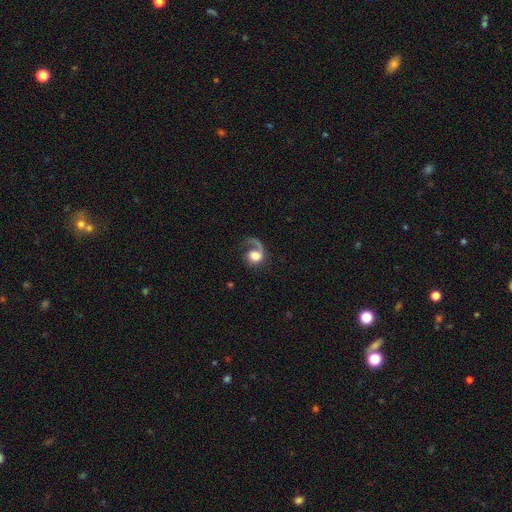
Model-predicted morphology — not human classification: Q: Smooth or featured?
A: featured or disk (62%); runner-up: smooth (29%)
Q: Edge-on disk?
A: no (98%); runner-up: yes (2%)
Q: Bar?
A: no (73%); runner-up: weak (23%)
Q: Spiral arms?
A: yes (91%); runner-up: no (9%)
Q: Spiral winding?
A: loose (57%); runner-up: medium (29%)
Q: Spiral arm count?
A: 1 (88%); runner-up: 2 (6%)
Q: Bulge size?
A: large (44%); runner-up: moderate (25%)
Q: Merging?
A: major disturbance (42%); runner-up: none (39%)